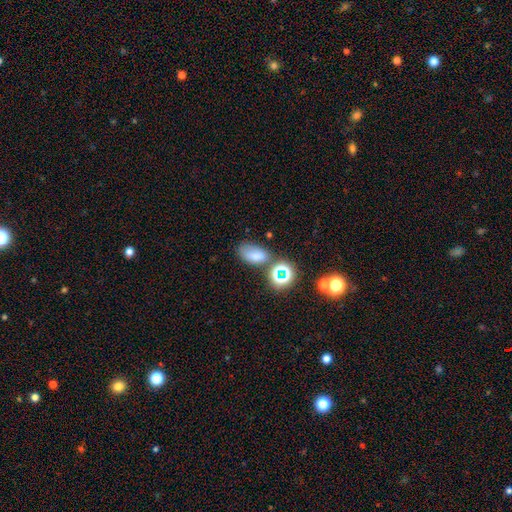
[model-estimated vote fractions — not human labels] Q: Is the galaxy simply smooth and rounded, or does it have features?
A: smooth — 67%.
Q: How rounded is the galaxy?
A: in between — 84%.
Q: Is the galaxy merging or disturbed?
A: none — 55%.